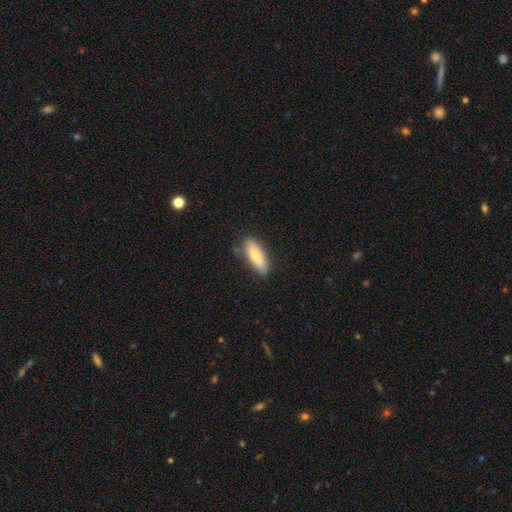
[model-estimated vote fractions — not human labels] This appears to be a smooth galaxy with no disk features (72%) that is in between round and cigar-shaped (55%). Merging: none (79%).